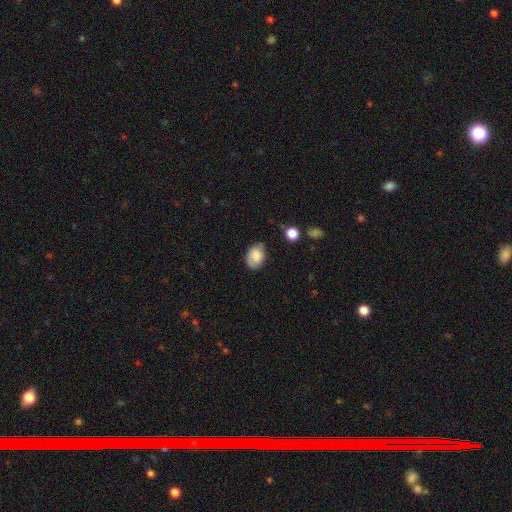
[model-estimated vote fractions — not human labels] A smooth galaxy with no disk features (80%) that is in between round and cigar-shaped (78%). Merging: none (70%).